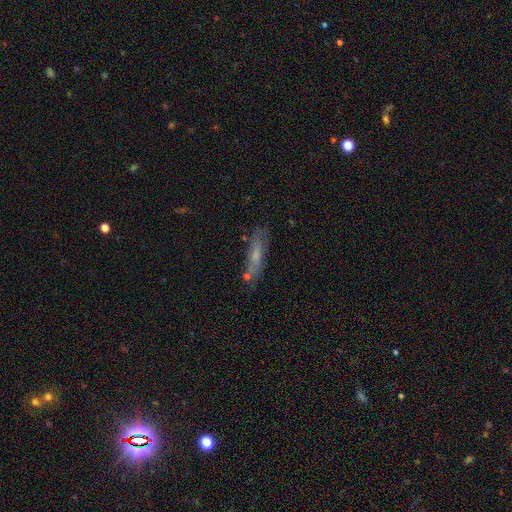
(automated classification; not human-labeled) Smooth or featured?
  - smooth: 53% *
  - featured or disk: 38%
  - star or artifact: 10%
How rounded?
  - cigar-shaped: 74% *
  - in between: 24%
  - round: 2%
Merging?
  - none: 67% *
  - minor disturbance: 19%
  - merger: 8%
  - major disturbance: 6%